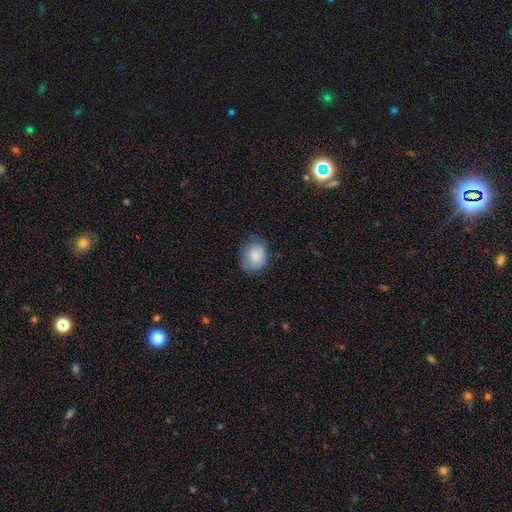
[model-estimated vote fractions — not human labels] Smooth or featured?
  - smooth: 85% *
  - featured or disk: 8%
  - star or artifact: 7%
How rounded?
  - in between: 62% *
  - round: 37%
  - cigar-shaped: 1%
Merging?
  - none: 71% *
  - minor disturbance: 23%
  - major disturbance: 5%
  - merger: 1%